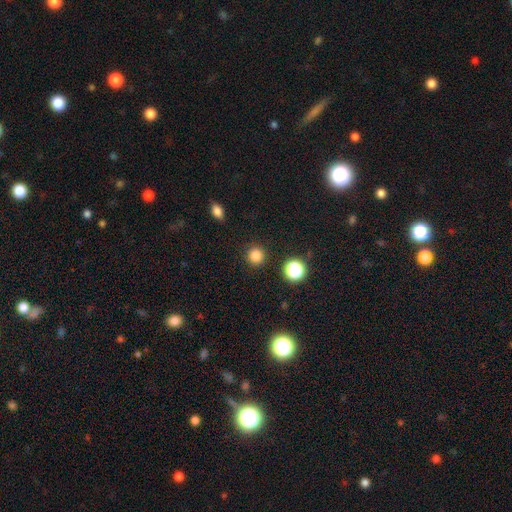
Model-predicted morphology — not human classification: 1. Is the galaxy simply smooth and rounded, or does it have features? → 83% smooth, 13% star or artifact, 4% featured or disk.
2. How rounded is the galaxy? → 94% round, 5% in between, 1% cigar-shaped.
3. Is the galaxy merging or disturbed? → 91% none, 5% minor disturbance, 2% major disturbance, 2% merger.